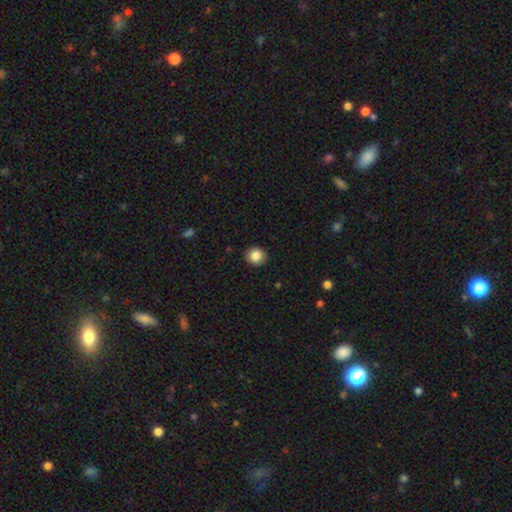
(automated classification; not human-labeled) This is clearly a smooth galaxy (86%). How rounded: clearly round (81%). Merging: clearly none (91%).